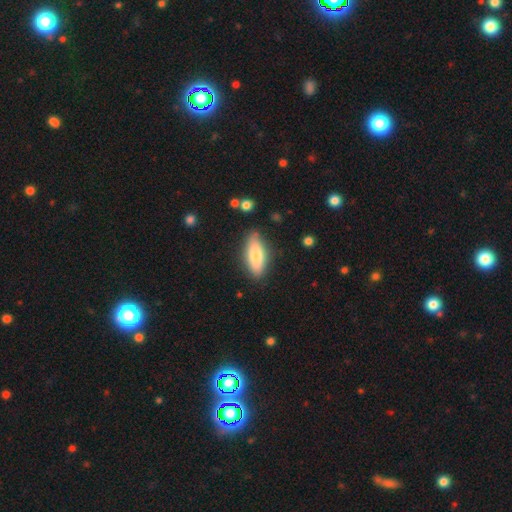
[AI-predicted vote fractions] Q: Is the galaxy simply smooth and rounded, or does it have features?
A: smooth — 77%.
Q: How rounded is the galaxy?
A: in between — 68%.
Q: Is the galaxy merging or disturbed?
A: none — 83%.